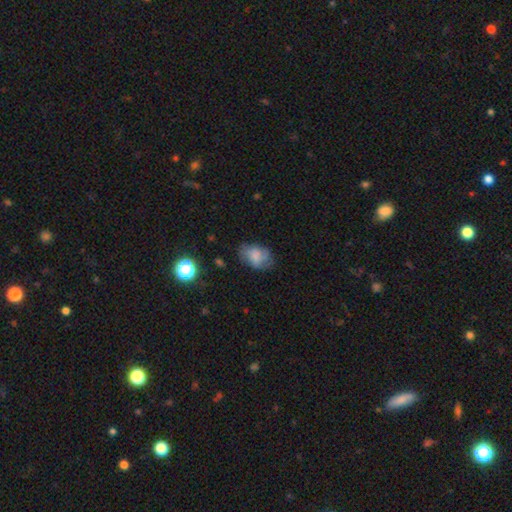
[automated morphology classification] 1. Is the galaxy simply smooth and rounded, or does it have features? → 57% smooth, 33% featured or disk, 10% star or artifact.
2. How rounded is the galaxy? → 75% in between, 24% round, 1% cigar-shaped.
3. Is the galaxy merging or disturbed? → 58% none, 26% minor disturbance, 14% major disturbance, 2% merger.